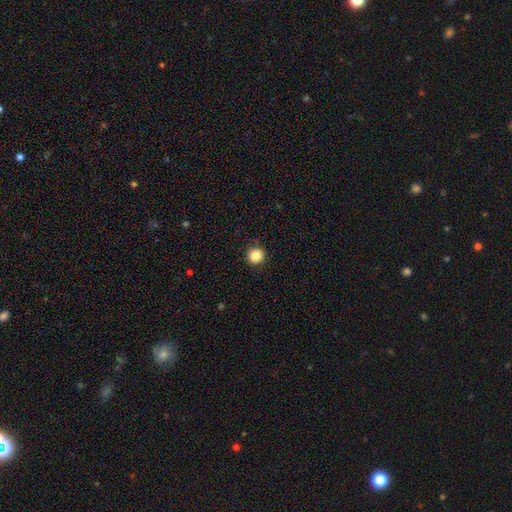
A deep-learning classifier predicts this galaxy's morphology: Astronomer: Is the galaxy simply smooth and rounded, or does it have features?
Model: smooth — 86%.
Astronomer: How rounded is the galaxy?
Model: round — 91%.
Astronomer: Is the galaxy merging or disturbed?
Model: none — 89%.